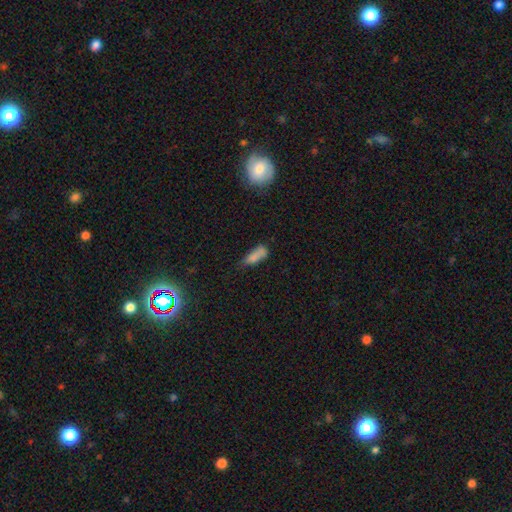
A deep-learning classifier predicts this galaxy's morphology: Q: Smooth or featured?
A: smooth (78%); runner-up: star or artifact (11%)
Q: How rounded?
A: in between (64%); runner-up: cigar-shaped (33%)
Q: Merging?
A: none (41%); runner-up: minor disturbance (34%)